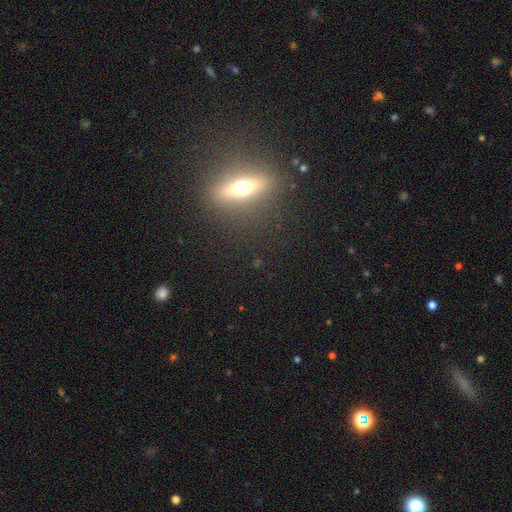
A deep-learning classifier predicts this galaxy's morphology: featured or disk 60%, smooth 24%, star or artifact 16%. Down the decision tree: edge-on disk — yes (85%); edge-on bulge — rounded (94%); merging — none (86%).